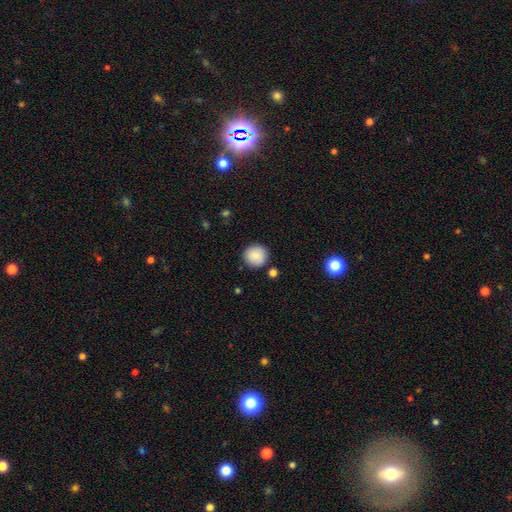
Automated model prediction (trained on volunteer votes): A smooth galaxy with no disk features (86%) that is round (94%). Merging: none (88%).